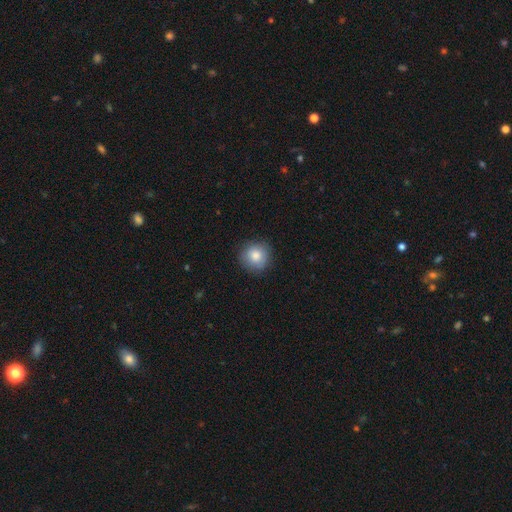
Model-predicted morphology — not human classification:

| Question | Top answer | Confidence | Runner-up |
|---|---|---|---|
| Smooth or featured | smooth | 84% | star or artifact (8%) |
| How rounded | round | 92% | in between (7%) |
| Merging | none | 86% | minor disturbance (10%) |